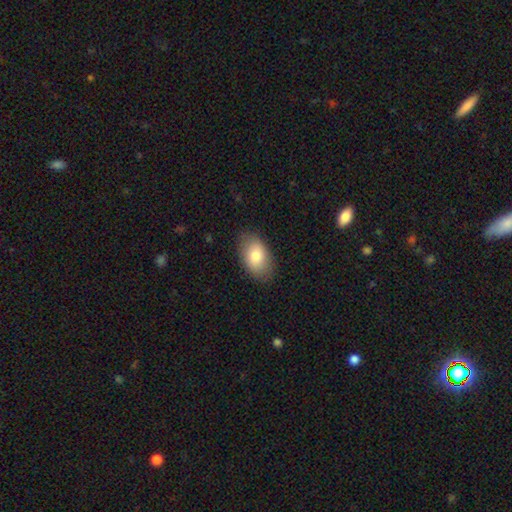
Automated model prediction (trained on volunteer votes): A smooth galaxy with no disk features (78%) that is in between round and cigar-shaped (91%). Merging: none (84%).